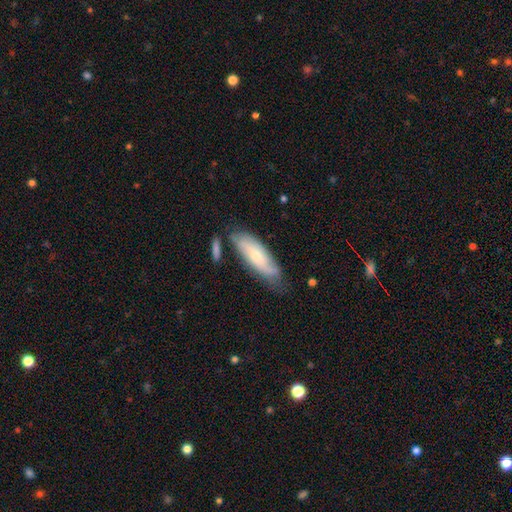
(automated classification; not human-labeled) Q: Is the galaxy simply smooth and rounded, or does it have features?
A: featured or disk — 48%.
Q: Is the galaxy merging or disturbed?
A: none — 60%.